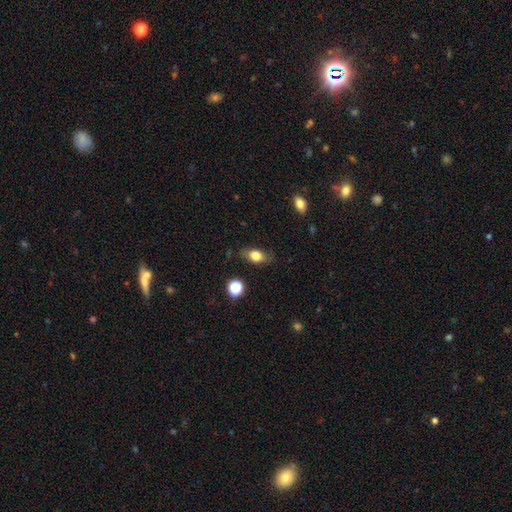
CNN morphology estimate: This is likely a smooth galaxy (76%). How rounded: likely in between (79%). Merging: likely none (77%).